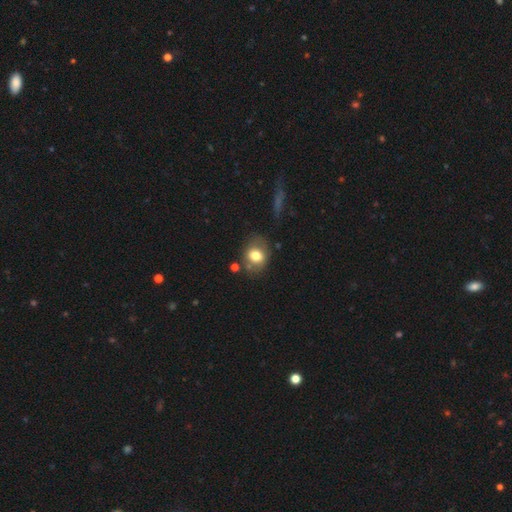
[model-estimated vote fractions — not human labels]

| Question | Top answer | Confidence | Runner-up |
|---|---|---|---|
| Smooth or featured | smooth | 72% | featured or disk (19%) |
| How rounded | round | 53% | in between (46%) |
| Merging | none | 68% | minor disturbance (18%) |